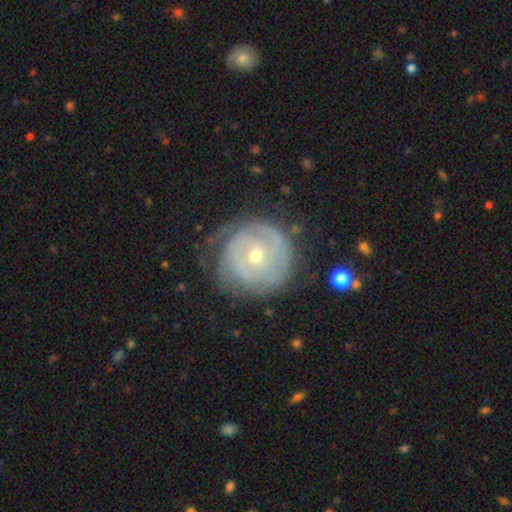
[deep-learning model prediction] A featured or disk galaxy (76%) with no bar (66%), tight (71%) spiral arms (87%) and a small central bulge (54%). Merging: none (66%).